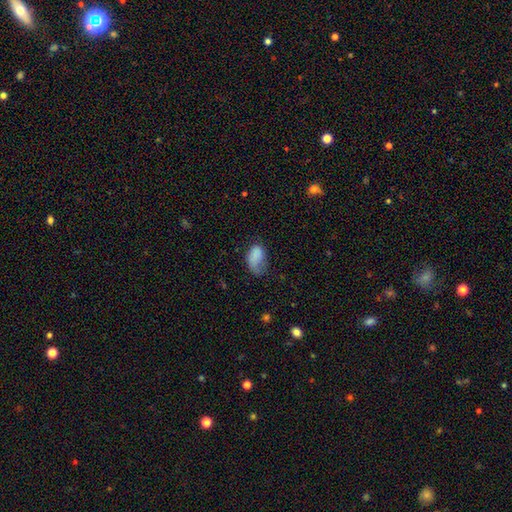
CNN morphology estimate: smooth_or_featured: smooth (p=0.80) [alt: featured or disk p=0.12]
how_rounded: in between (p=0.91) [alt: round p=0.08]
merging: minor disturbance (p=0.35) [alt: none p=0.33]